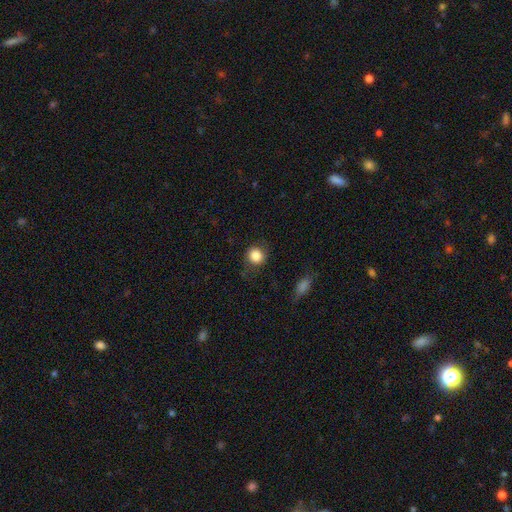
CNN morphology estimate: A smooth galaxy with no disk features (86%) that is round (83%).

Vote fractions:
- Smooth or featured? smooth: 86% / star or artifact: 9% / featured or disk: 5%
- How rounded? round: 83% / in between: 16% / cigar-shaped: 1%
- Merging? none: 79% / minor disturbance: 14% / major disturbance: 5% / merger: 2%